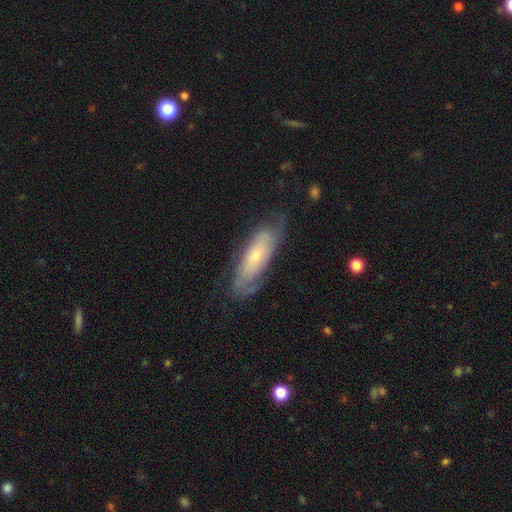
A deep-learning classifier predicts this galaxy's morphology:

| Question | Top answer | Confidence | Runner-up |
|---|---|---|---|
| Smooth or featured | featured or disk | 57% | smooth (36%) |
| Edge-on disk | no | 80% | yes (20%) |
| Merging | none | 67% | minor disturbance (22%) |